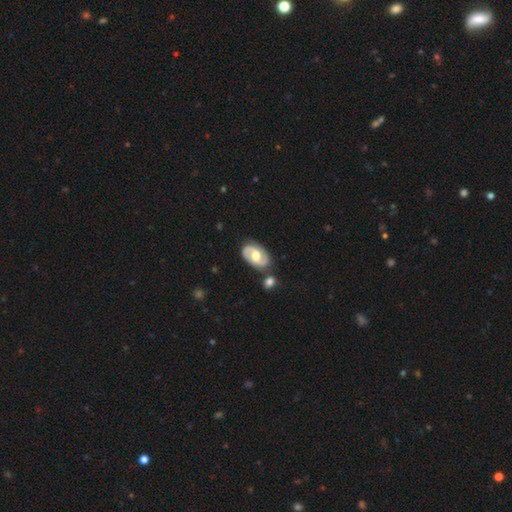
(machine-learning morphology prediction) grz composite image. It shows a featured or disk galaxy (78%) with a weak bar (43%), 2 (90%) medium (50%) spiral arms (92%) and a moderate central bulge (71%). Merging: none (73%).